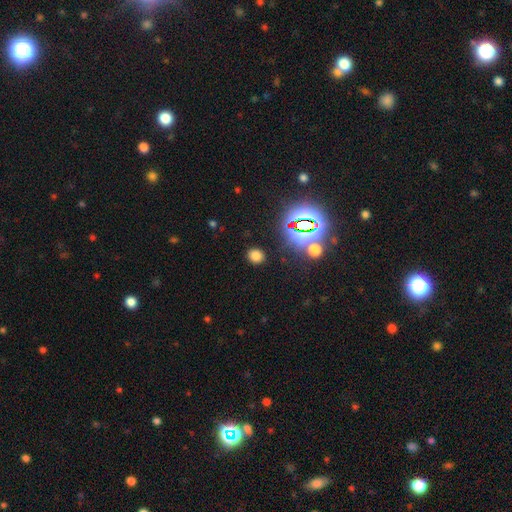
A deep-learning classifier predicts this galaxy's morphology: Smooth or featured? smooth (70%)
How rounded? round (77%)
Merging? none (88%)